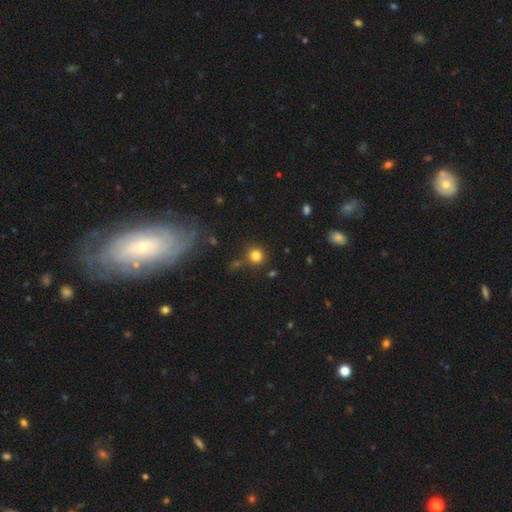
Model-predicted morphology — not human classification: smooth-or-featured: smooth: 81% | star or artifact: 13% | featured or disk: 6%
  how-rounded: round: 91% | in between: 8% | cigar-shaped: 1%
  merging: none: 80% | minor disturbance: 9% | merger: 7% | major disturbance: 4%